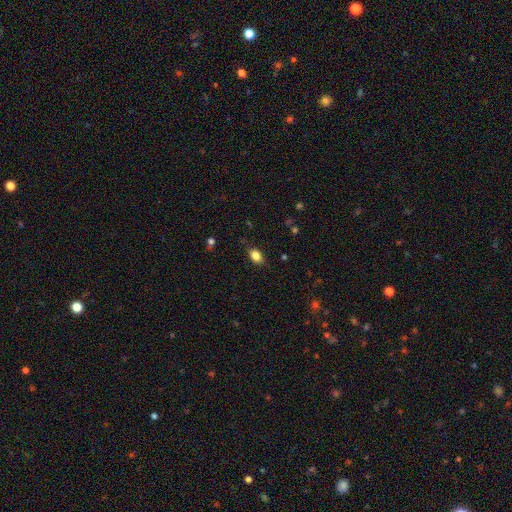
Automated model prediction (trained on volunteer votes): Smooth or featured? smooth (84%)
How rounded? in between (84%)
Merging? none (82%)